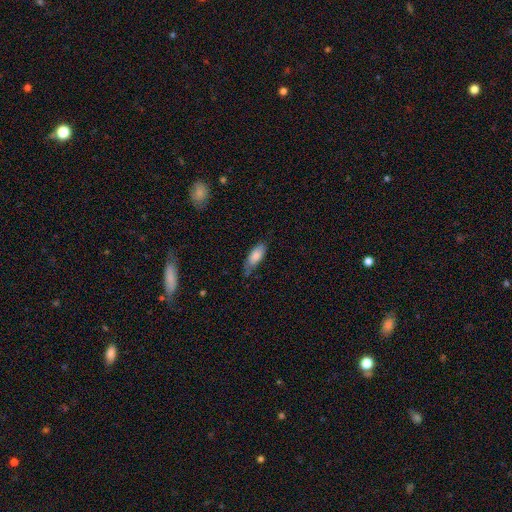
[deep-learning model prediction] smooth_or_featured: smooth (p=0.80) [alt: featured or disk p=0.14]
how_rounded: in between (p=0.72) [alt: cigar-shaped p=0.26]
merging: none (p=0.61) [alt: minor disturbance p=0.31]